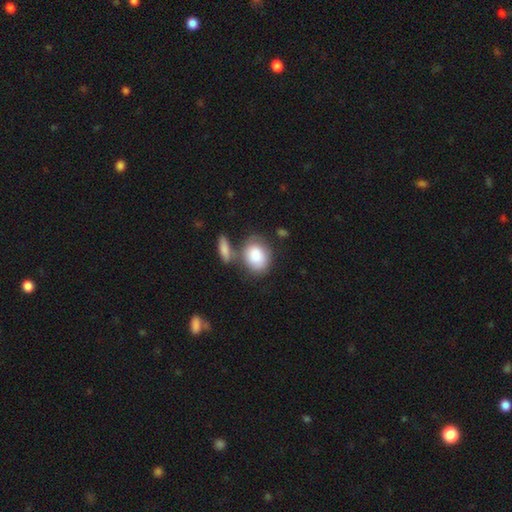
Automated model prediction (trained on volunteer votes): Morphology: type=smooth (83%); roundness=in between (67%); merging=none (48%).